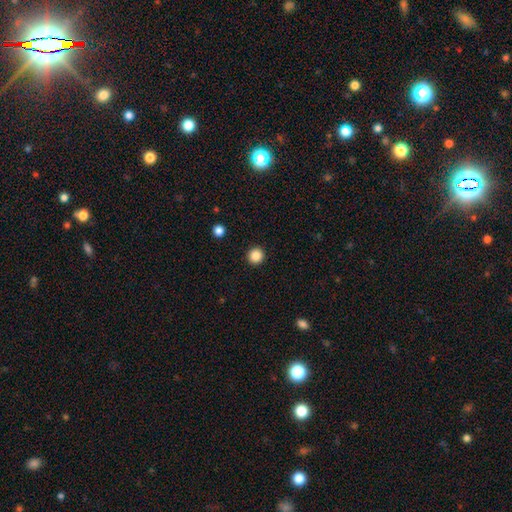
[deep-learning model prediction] Smooth or featured? Predicted: smooth (p=0.86). How rounded? Predicted: round (p=0.95). Merging? Predicted: none (p=0.93).